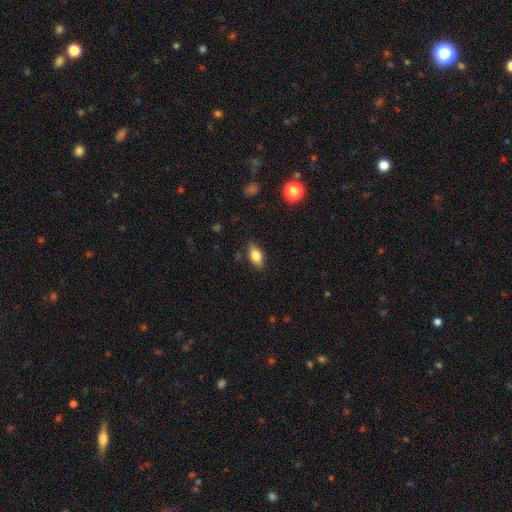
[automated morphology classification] type=smooth (77%); roundness=in between (86%); merging=none (81%).